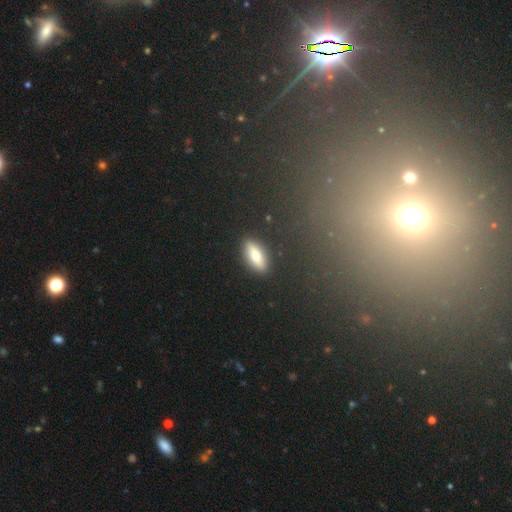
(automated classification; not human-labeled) The model was most divided on "how rounded": in between: 67%, cigar-shaped: 30%, round: 3%. More confident: merging — none (88%); smooth or featured — smooth (73%).